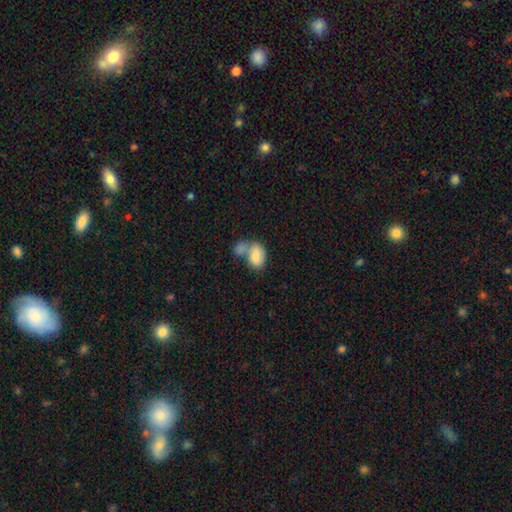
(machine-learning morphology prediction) smooth_or_featured: smooth (p=0.78) [alt: featured or disk p=0.15]
how_rounded: in between (p=0.83) [alt: round p=0.16]
merging: merger (p=0.56) [alt: none p=0.24]